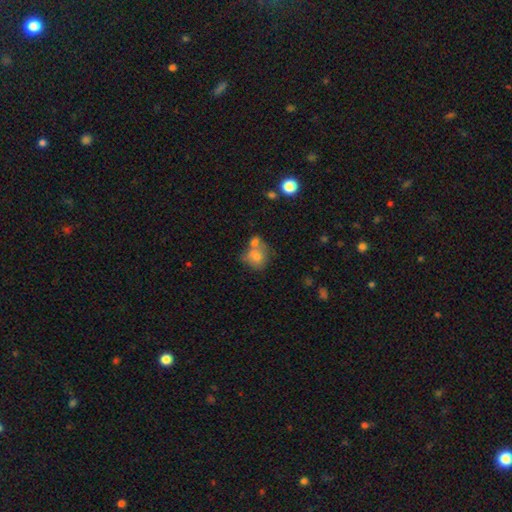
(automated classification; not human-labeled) Q: Smooth or featured?
A: smooth (73%); runner-up: featured or disk (17%)
Q: How rounded?
A: round (61%); runner-up: in between (38%)
Q: Merging?
A: merger (44%); runner-up: none (34%)